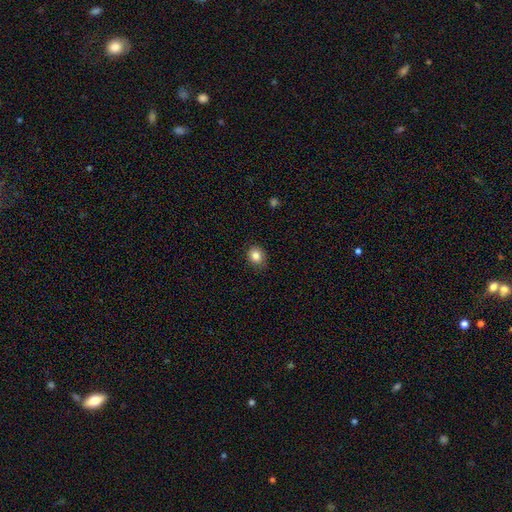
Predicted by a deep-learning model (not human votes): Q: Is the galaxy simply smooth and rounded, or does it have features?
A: smooth — 84%.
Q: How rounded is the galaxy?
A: round — 67%.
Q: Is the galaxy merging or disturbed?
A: none — 85%.